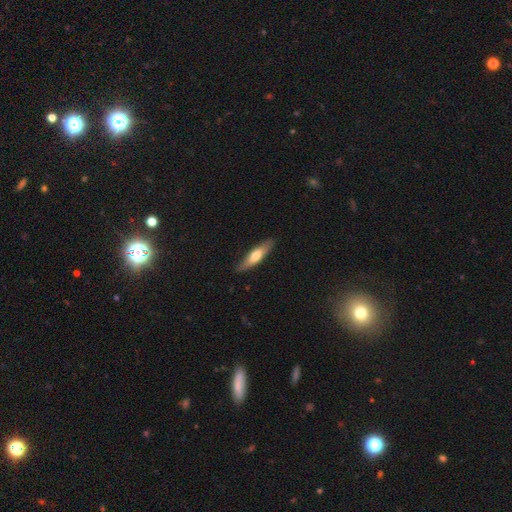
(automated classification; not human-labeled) Overall: smooth (58%; featured or disk 37%). How rounded: cigar-shaped (72%). Merging: none (85%).